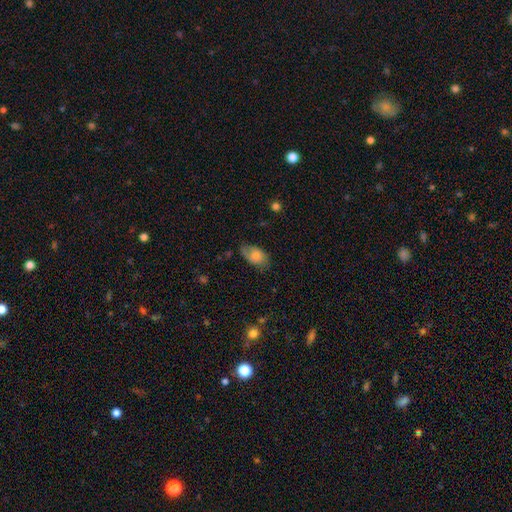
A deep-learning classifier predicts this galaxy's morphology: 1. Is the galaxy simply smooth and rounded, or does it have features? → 72% smooth, 20% featured or disk, 8% star or artifact.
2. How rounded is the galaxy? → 90% in between, 8% round, 2% cigar-shaped.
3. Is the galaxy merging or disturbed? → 60% none, 30% minor disturbance, 9% major disturbance, 2% merger.